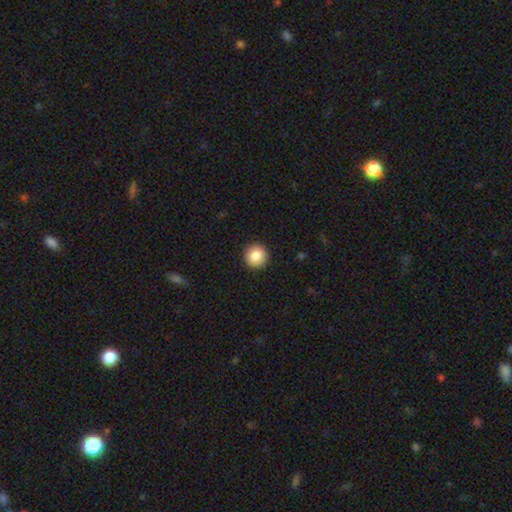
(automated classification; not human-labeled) This is clearly a smooth galaxy (86%). How rounded: clearly round (95%). Merging: clearly none (93%).